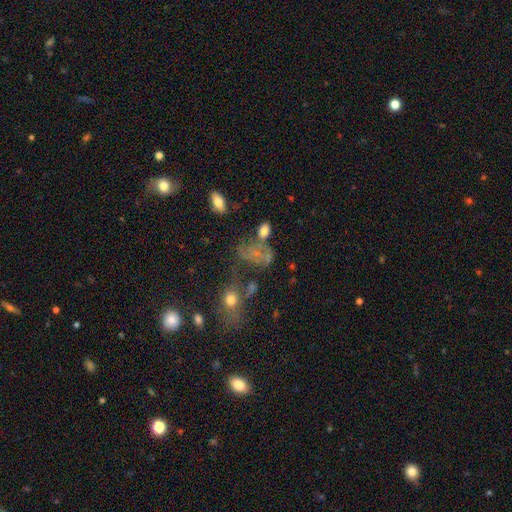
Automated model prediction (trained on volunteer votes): A smooth galaxy with no disk features (40%). Merging: none (36%).